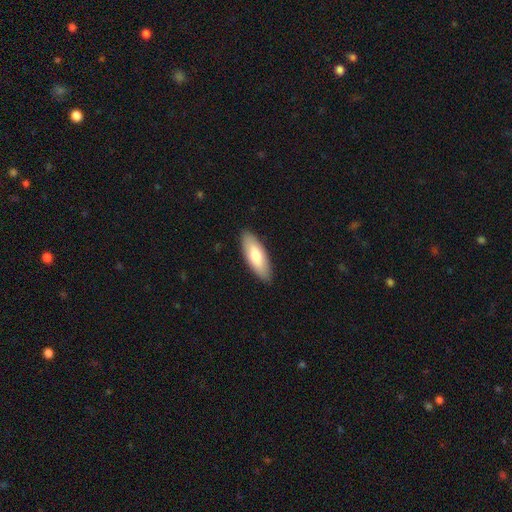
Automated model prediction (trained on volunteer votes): Morphology: type=smooth (76%); roundness=in between (71%); merging=none (89%).